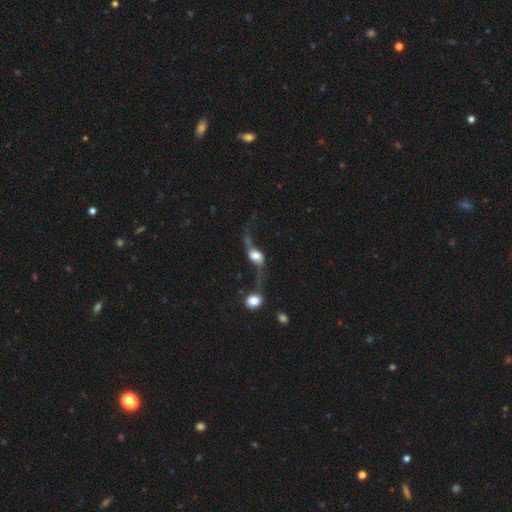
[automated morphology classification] This appears to be a featured or disk galaxy (70%) with no bar (59%), spiral arms (82%) and a large central bulge (41%). Merging: none (32%).